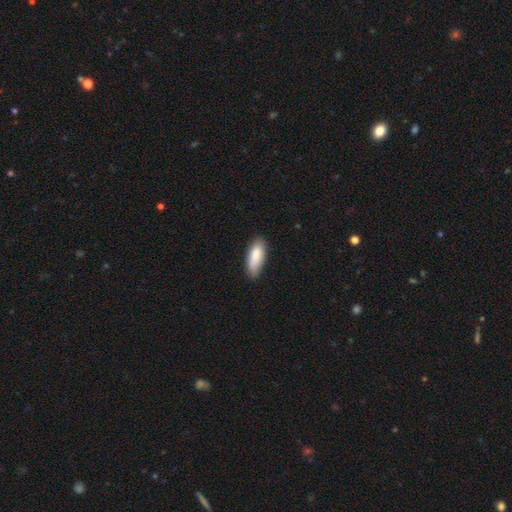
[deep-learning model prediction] Smooth or featured? Predicted: smooth (p=0.86). How rounded? Predicted: in between (p=0.72). Merging? Predicted: none (p=0.76).